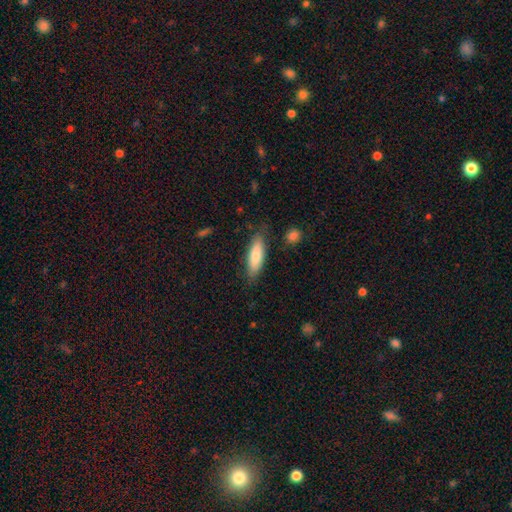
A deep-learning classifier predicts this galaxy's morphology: Smooth or featured? smooth (77%)
How rounded? in between (50%)
Merging? none (80%)